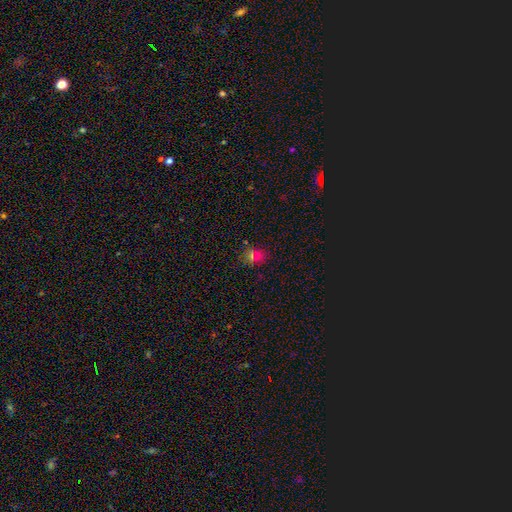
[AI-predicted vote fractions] Smooth or featured?
  - smooth: 61% *
  - star or artifact: 30%
  - featured or disk: 9%
How rounded?
  - round: 58% *
  - in between: 40%
  - cigar-shaped: 2%
Merging?
  - none: 77% *
  - minor disturbance: 11%
  - merger: 8%
  - major disturbance: 4%